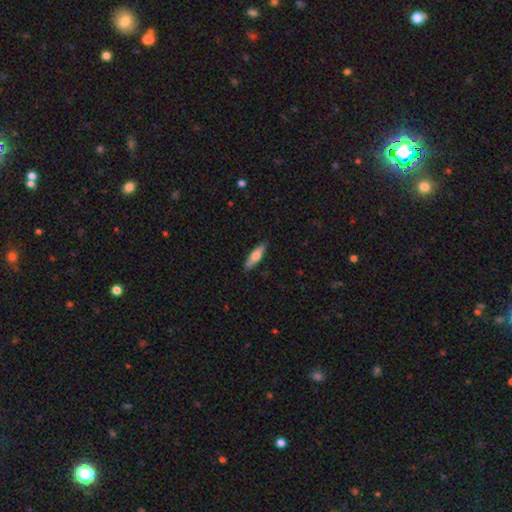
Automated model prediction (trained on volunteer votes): smooth-or-featured: smooth: 68% | featured or disk: 26% | star or artifact: 6%
  how-rounded: cigar-shaped: 56% | in between: 42% | round: 2%
  merging: none: 87% | minor disturbance: 10% | major disturbance: 2% | merger: 1%